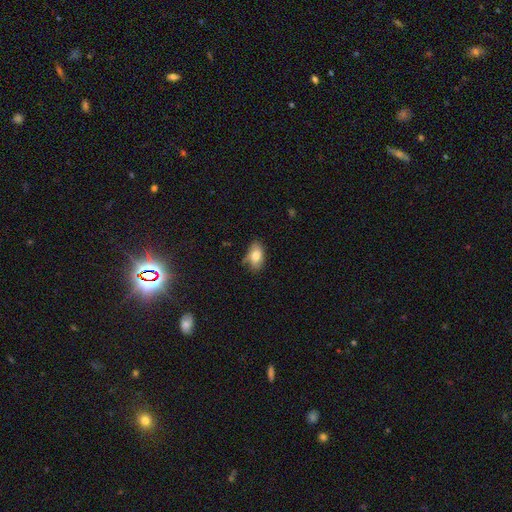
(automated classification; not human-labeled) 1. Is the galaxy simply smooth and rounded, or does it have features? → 78% smooth, 14% featured or disk, 8% star or artifact.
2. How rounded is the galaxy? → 91% in between, 7% round, 2% cigar-shaped.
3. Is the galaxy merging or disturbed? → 62% none, 28% minor disturbance, 7% major disturbance, 3% merger.